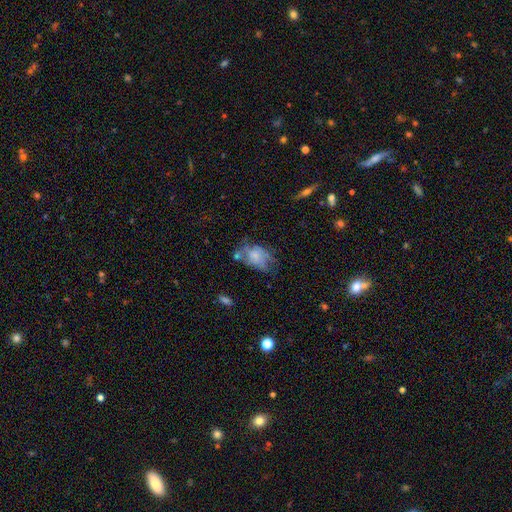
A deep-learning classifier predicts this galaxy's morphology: Smooth or featured? Predicted: smooth (p=0.51). How rounded? Predicted: in between (p=0.79). Merging? Predicted: none (p=0.34).